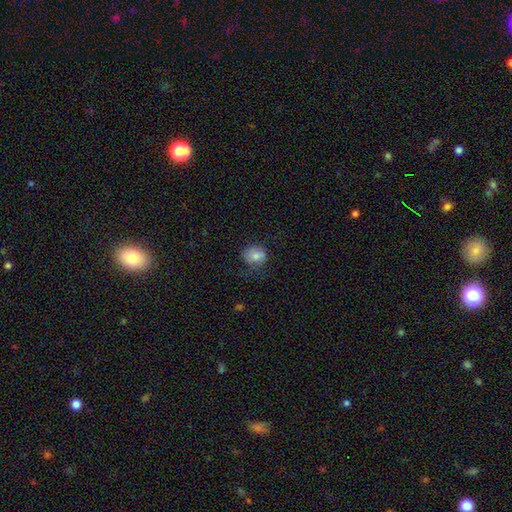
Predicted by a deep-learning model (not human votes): Smooth or featured? Predicted: smooth (p=0.76). How rounded? Predicted: round (p=0.60). Merging? Predicted: none (p=0.64).